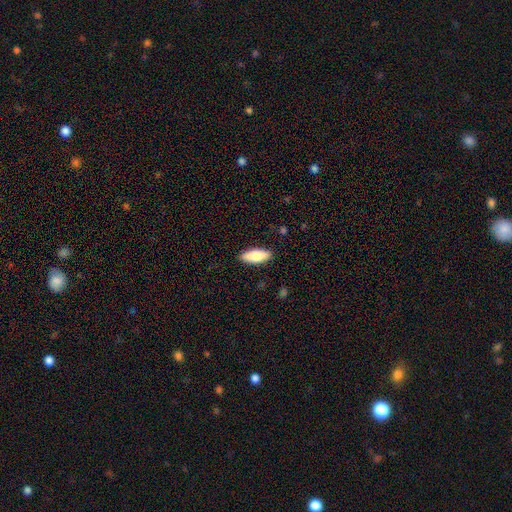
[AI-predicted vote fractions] Morphology: type=smooth (78%); roundness=in between (76%); merging=none (89%).